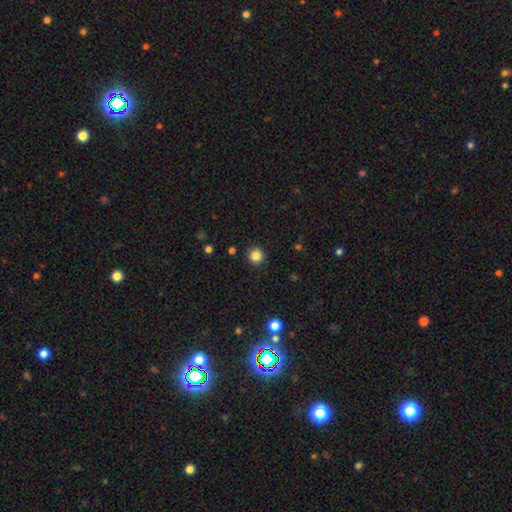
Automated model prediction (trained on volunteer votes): Overall: smooth (85%). How rounded: round (95%). Merging: none (92%).